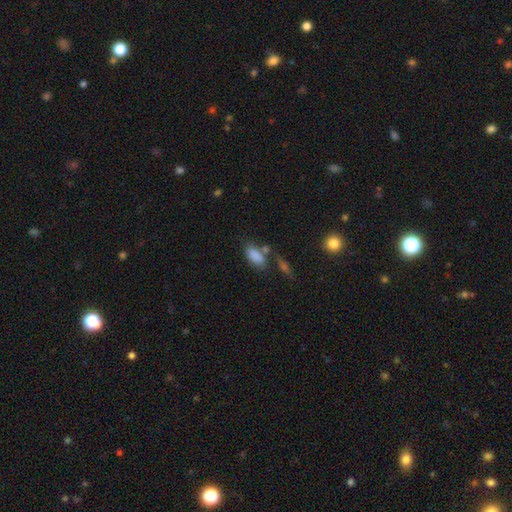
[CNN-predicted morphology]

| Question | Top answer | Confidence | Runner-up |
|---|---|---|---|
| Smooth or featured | smooth | 84% | star or artifact (9%) |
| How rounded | in between | 88% | cigar-shaped (8%) |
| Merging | none | 50% | merger (26%) |